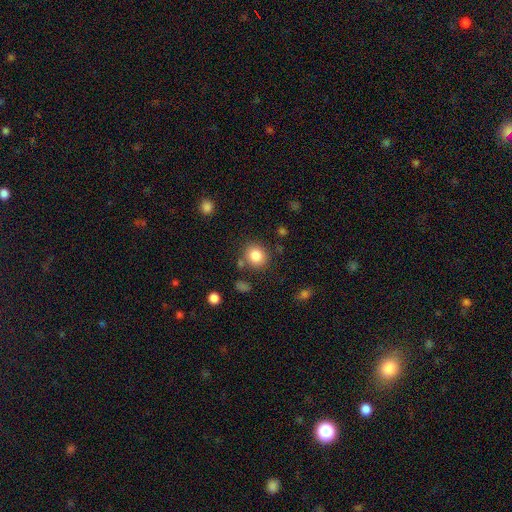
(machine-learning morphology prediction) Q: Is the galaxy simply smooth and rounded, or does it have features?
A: smooth — 84%.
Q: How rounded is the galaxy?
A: round — 79%.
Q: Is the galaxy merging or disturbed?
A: none — 80%.